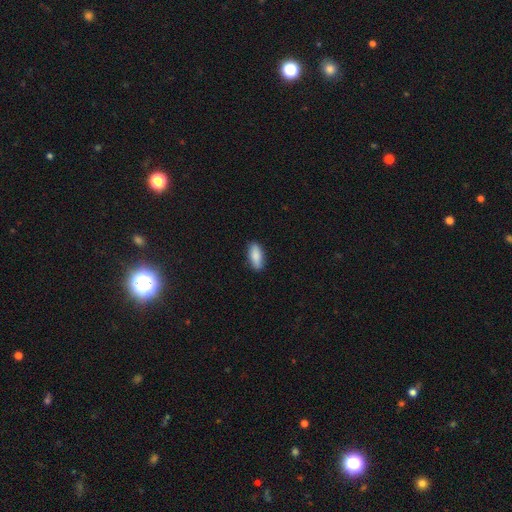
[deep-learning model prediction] smooth 86%, featured or disk 8%, star or artifact 6%. Down the decision tree: how rounded — in between (75%); merging — none (86%).